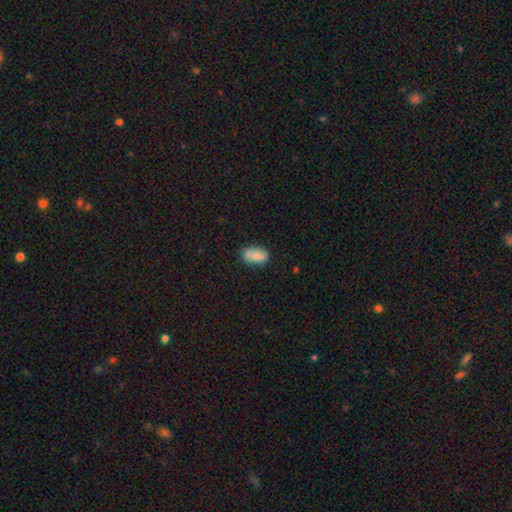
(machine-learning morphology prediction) This is likely a smooth galaxy (74%). How rounded: clearly in between (89%). Merging: likely none (69%).